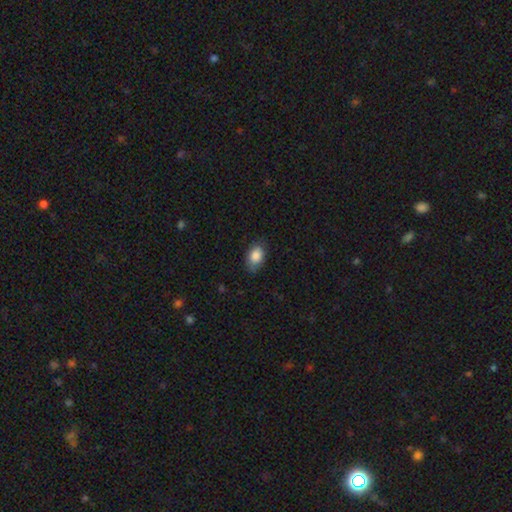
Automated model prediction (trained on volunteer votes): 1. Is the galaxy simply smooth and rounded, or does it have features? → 85% smooth, 7% featured or disk, 7% star or artifact.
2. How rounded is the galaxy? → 85% in between, 14% round, 1% cigar-shaped.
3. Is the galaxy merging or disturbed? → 74% none, 21% minor disturbance, 4% major disturbance, 1% merger.